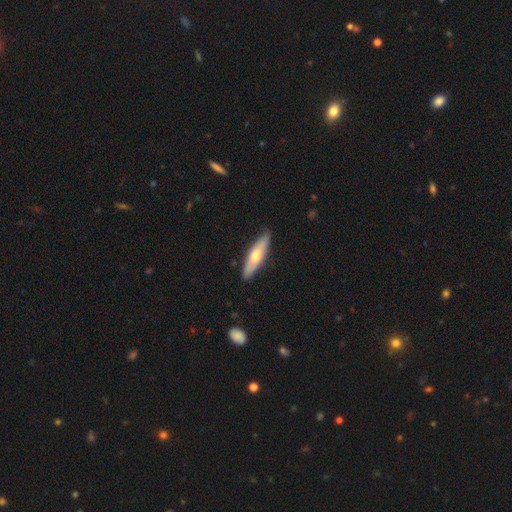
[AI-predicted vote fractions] This is possibly a smooth galaxy (53%). How rounded: likely cigar-shaped (63%). Merging: clearly none (85%).